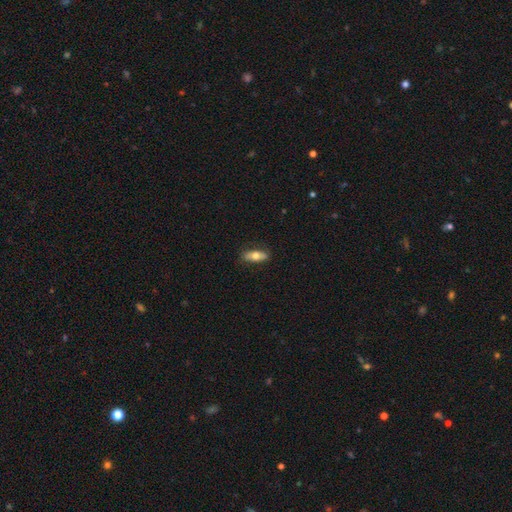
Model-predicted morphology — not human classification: Smooth or featured? smooth (67%)
How rounded? in between (68%)
Merging? none (83%)